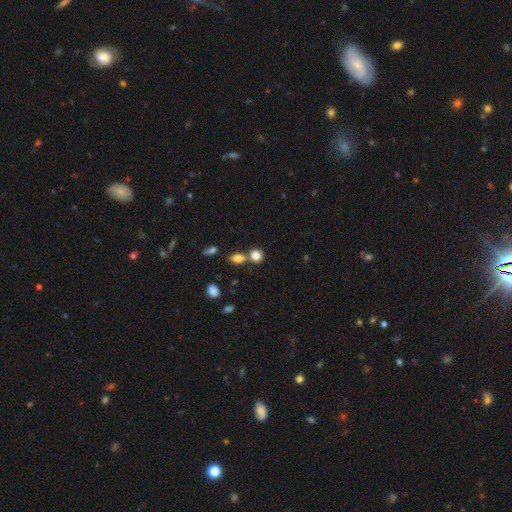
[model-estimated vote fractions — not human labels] A smooth galaxy with no disk features (82%) that is round (77%).

Vote fractions:
- Smooth or featured? smooth: 82% / star or artifact: 11% / featured or disk: 7%
- How rounded? round: 77% / in between: 21% / cigar-shaped: 2%
- Merging? none: 55% / merger: 33% / minor disturbance: 9% / major disturbance: 3%